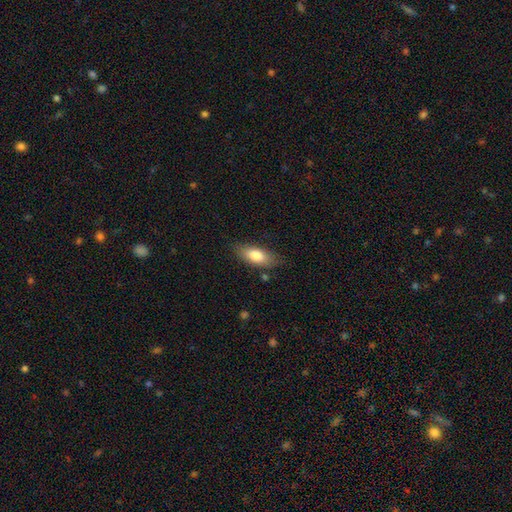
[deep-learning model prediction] Q: Smooth or featured?
A: smooth (77%); runner-up: featured or disk (16%)
Q: How rounded?
A: in between (81%); runner-up: cigar-shaped (17%)
Q: Merging?
A: none (78%); runner-up: minor disturbance (16%)